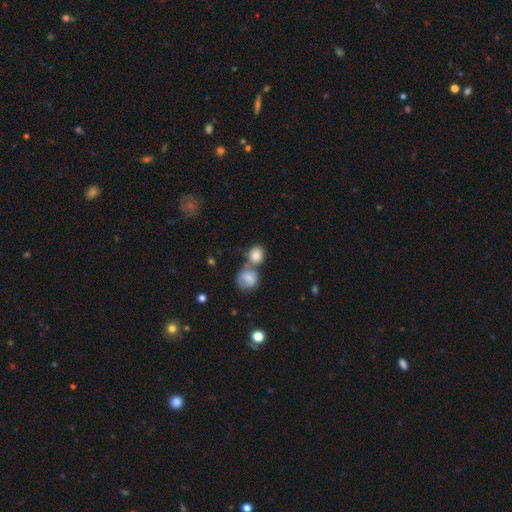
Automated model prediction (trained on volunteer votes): Q: Smooth or featured?
A: smooth (82%); runner-up: featured or disk (10%)
Q: How rounded?
A: round (79%); runner-up: in between (20%)
Q: Merging?
A: merger (49%); runner-up: none (38%)